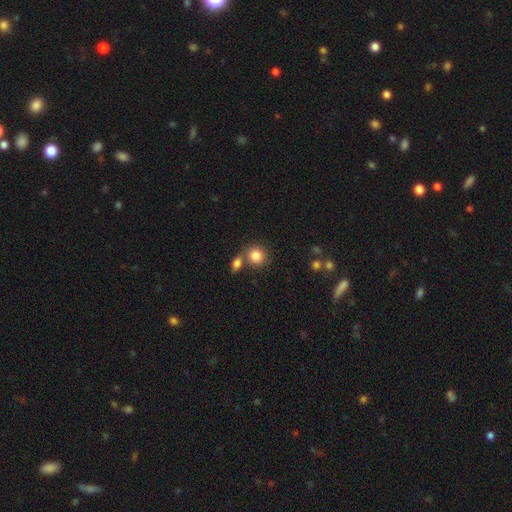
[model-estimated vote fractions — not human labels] The model was most divided on "merging": none: 57%, merger: 29%, minor disturbance: 10%, major disturbance: 4%. More confident: how rounded — round (84%); smooth or featured — smooth (84%).